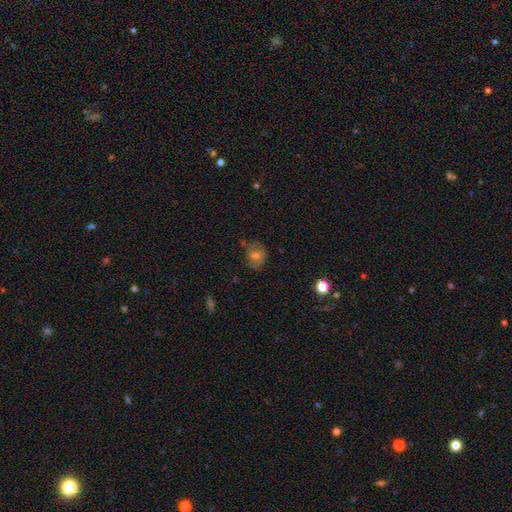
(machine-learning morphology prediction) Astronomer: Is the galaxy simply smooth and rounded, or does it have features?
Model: smooth — 61%.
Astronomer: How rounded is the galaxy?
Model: round — 61% (runner-up: in between, 38%).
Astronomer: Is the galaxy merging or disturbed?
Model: none — 66%.